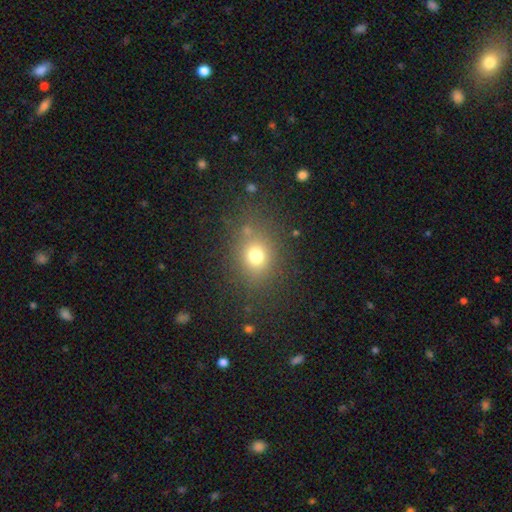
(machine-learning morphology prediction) This is likely a smooth galaxy (72%). How rounded: likely round (64%). Merging: likely none (75%).